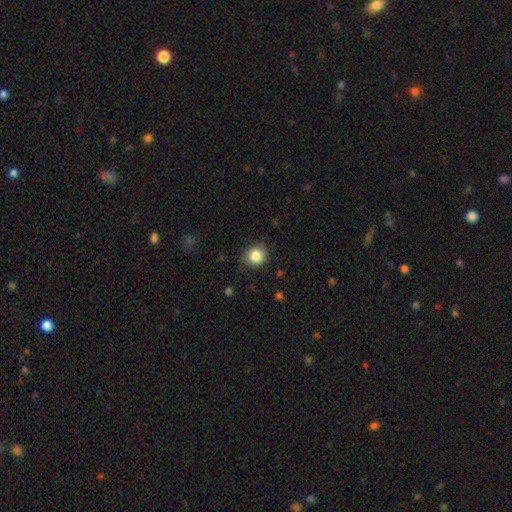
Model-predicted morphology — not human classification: Smooth or featured: smooth — 85% (star or artifact — 10%)
How rounded: round — 88% (in between — 11%)
Merging: none — 85% (minor disturbance — 11%)